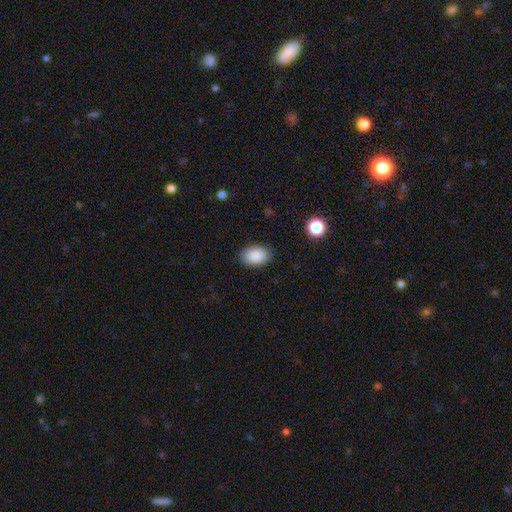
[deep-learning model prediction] Smooth or featured? smooth (89%)
How rounded? in between (88%)
Merging? none (88%)